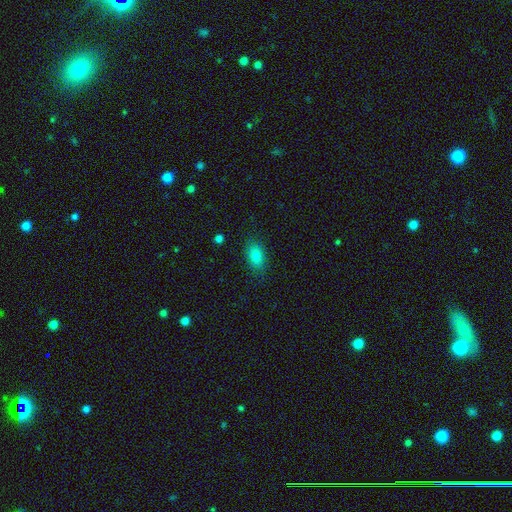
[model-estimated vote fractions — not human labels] smooth 83%, star or artifact 9%, featured or disk 8%. Down the decision tree: how rounded — in between (89%); merging — none (85%).